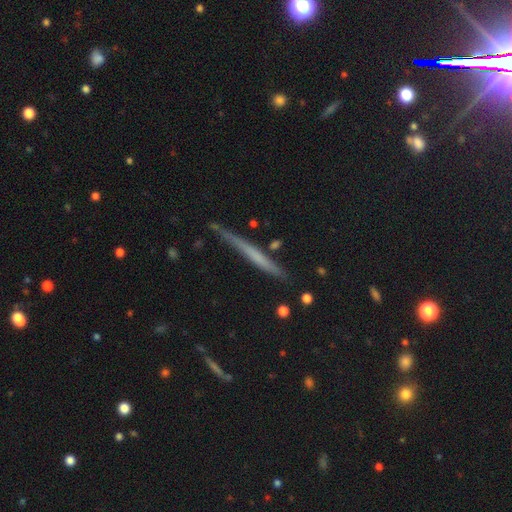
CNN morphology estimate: Smooth or featured: featured or disk — 48% (smooth — 45%)
Merging: none — 81% (minor disturbance — 14%)